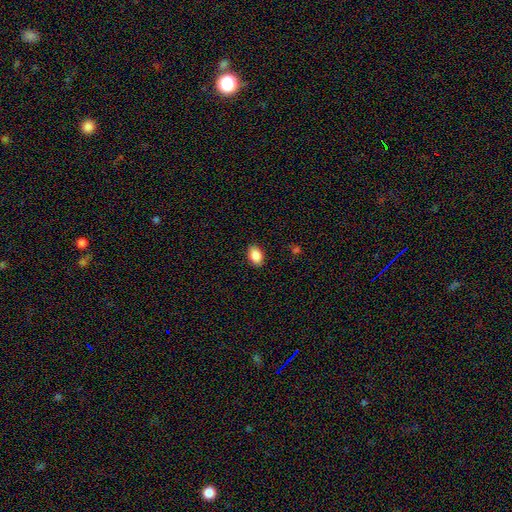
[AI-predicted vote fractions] The model was most divided on "how rounded": in between: 85%, round: 14%, cigar-shaped: 2%. More confident: merging — none (88%); smooth or featured — smooth (87%).